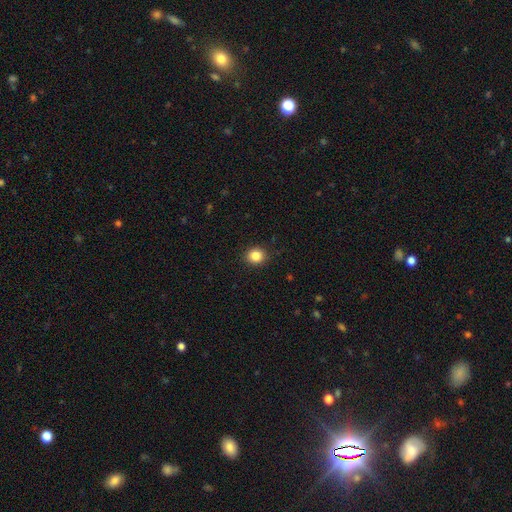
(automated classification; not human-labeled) Smooth or featured?
  - smooth: 85% *
  - star or artifact: 11%
  - featured or disk: 4%
How rounded?
  - round: 80% *
  - in between: 19%
  - cigar-shaped: 1%
Merging?
  - none: 91% *
  - minor disturbance: 6%
  - major disturbance: 2%
  - merger: 1%